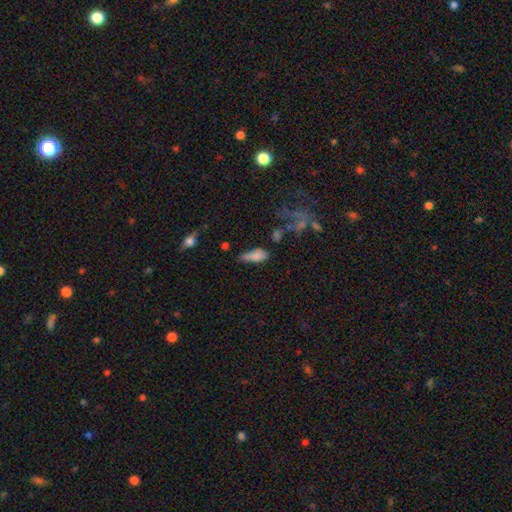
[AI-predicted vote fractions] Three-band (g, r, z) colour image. It shows a smooth galaxy with no disk features (77%) that is in between round and cigar-shaped (65%). Merging: none (37%).